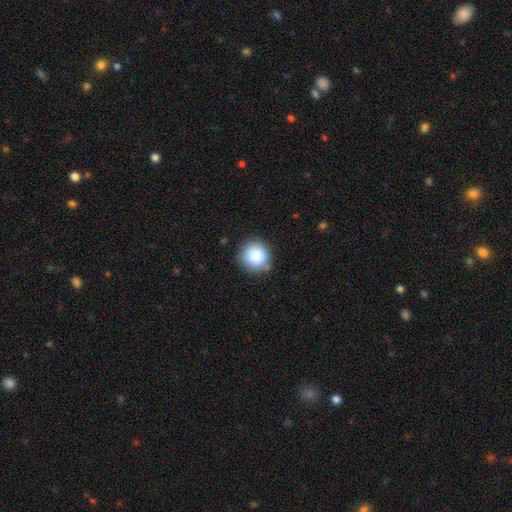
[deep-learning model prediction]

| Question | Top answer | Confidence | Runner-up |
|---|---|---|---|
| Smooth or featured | smooth | 86% | star or artifact (9%) |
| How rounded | round | 92% | in between (7%) |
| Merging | none | 84% | minor disturbance (11%) |